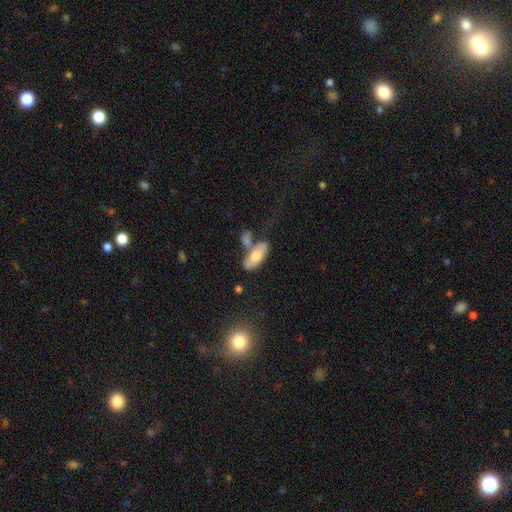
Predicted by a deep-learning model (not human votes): Q: Smooth or featured?
A: smooth (64%); runner-up: featured or disk (29%)
Q: How rounded?
A: in between (81%); runner-up: cigar-shaped (16%)
Q: Merging?
A: none (40%); runner-up: merger (34%)